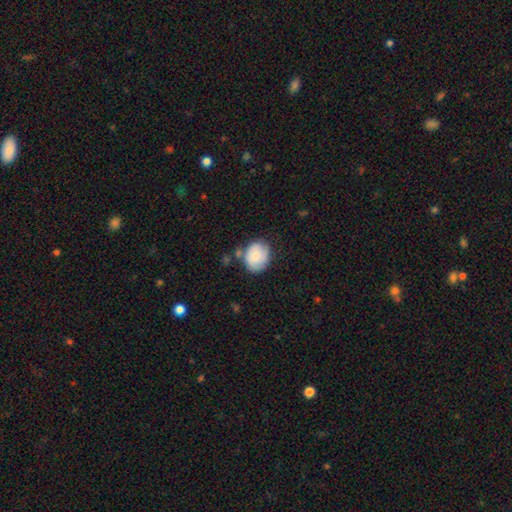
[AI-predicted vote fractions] Morphology: type=smooth (73%); roundness=round (58%); merging=none (62%).